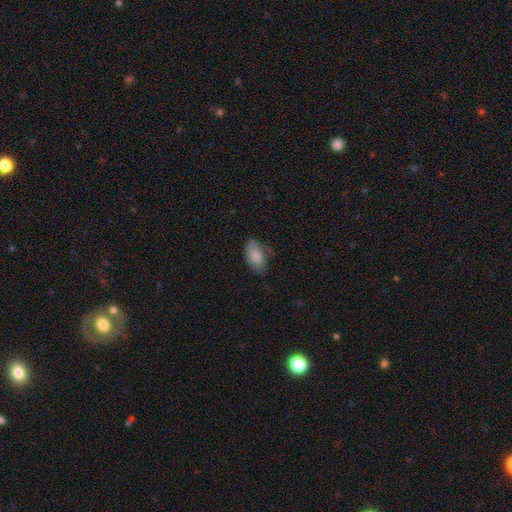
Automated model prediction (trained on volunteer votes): The model was most divided on "merging": none: 59%, minor disturbance: 31%, major disturbance: 8%, merger: 2%. More confident: how rounded — in between (93%); smooth or featured — smooth (81%).